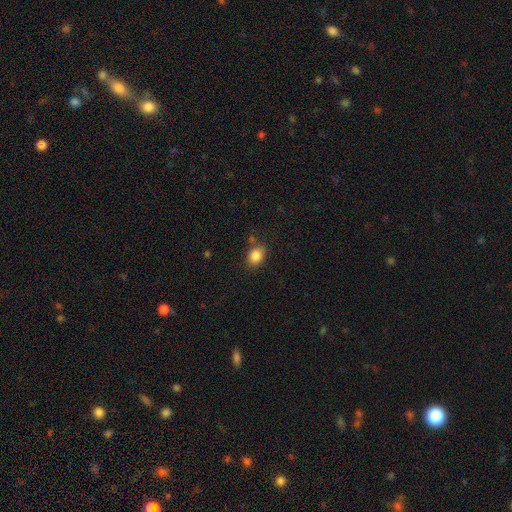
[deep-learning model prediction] Smooth or featured? Predicted: smooth (p=0.85). How rounded? Predicted: in between (p=0.54). Merging? Predicted: none (p=0.75).